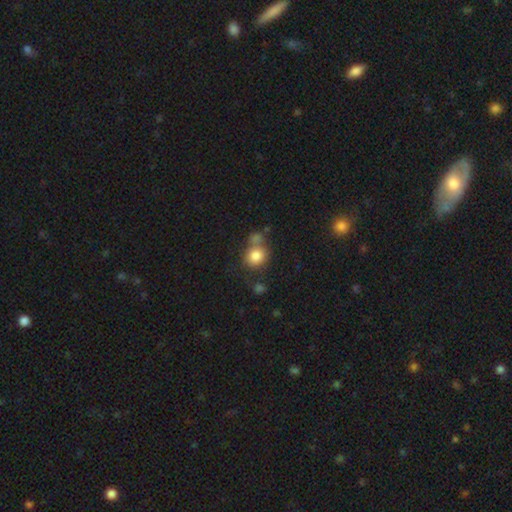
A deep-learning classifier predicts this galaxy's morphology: This appears to be a smooth galaxy with no disk features (82%) that is round (79%). Merging: none (55%).